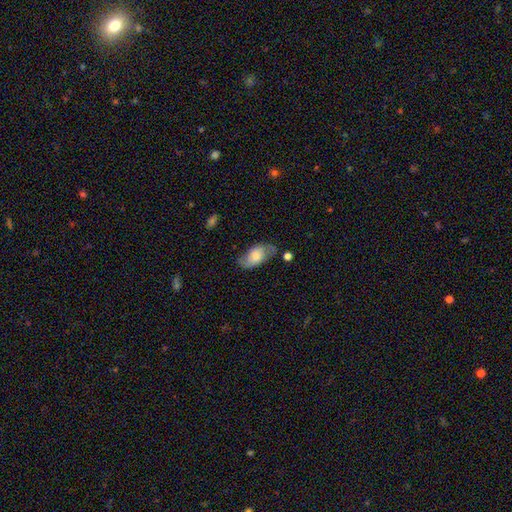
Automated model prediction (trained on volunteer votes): A smooth galaxy with no disk features (53%) that is in between round and cigar-shaped (92%). Merging: none (63%).